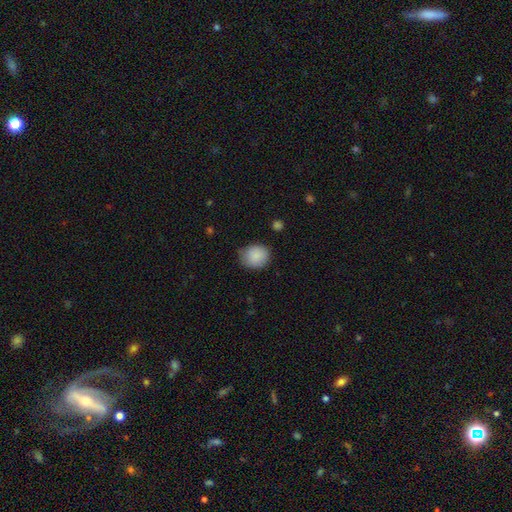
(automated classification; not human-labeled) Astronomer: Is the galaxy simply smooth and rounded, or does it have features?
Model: smooth — 88%.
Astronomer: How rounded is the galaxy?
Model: round — 73%.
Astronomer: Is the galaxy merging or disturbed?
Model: none — 72%.